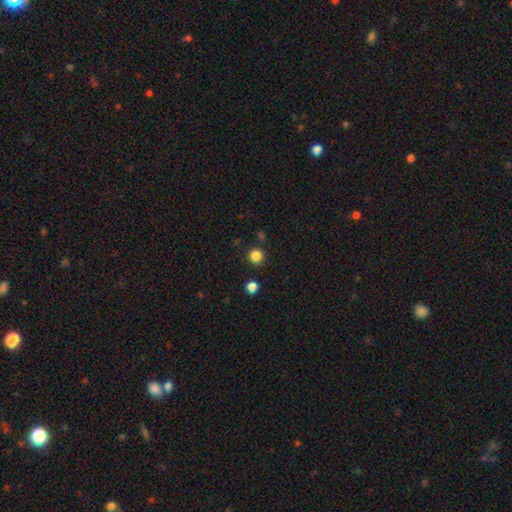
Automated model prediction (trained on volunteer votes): Morphology: type=smooth (84%); roundness=round (95%); merging=none (89%).